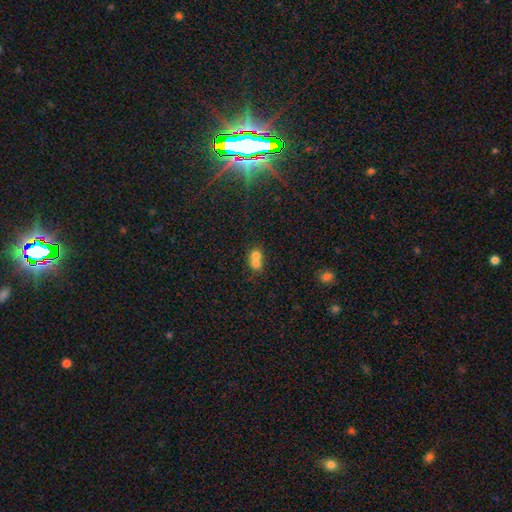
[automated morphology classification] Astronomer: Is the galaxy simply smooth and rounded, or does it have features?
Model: smooth — 71%.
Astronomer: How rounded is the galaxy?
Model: round — 70%.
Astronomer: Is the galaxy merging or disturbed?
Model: merger — 71%.